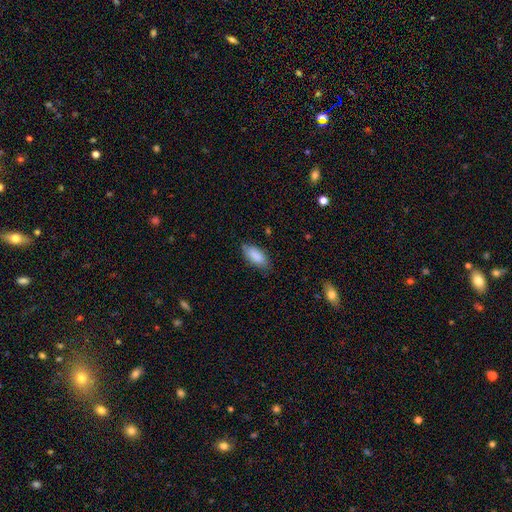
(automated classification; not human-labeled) This is clearly a smooth galaxy (88%). How rounded: clearly in between (87%). Merging: likely none (75%).